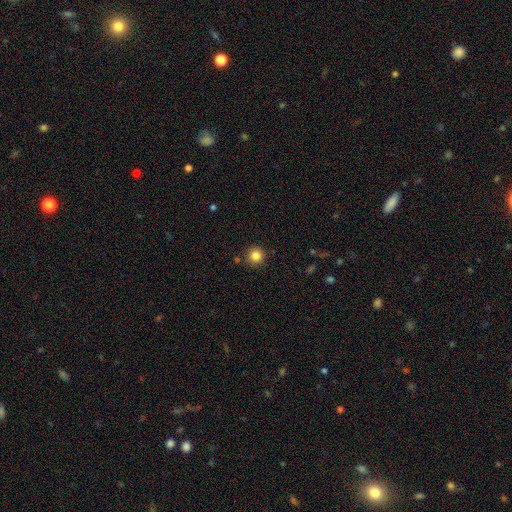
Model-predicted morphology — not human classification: smooth_or_featured: smooth (p=0.83) [alt: star or artifact p=0.11]
how_rounded: round (p=0.95) [alt: in between p=0.04]
merging: none (p=0.89) [alt: minor disturbance p=0.07]